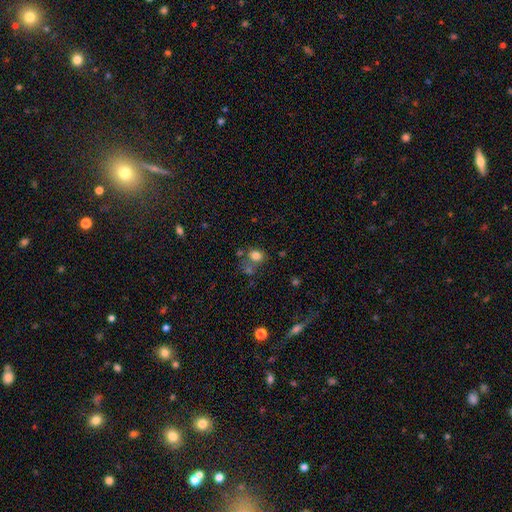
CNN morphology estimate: Overall: smooth (77%). How rounded: round (59%; in between 40%). Merging: none (53%; merger 24%).